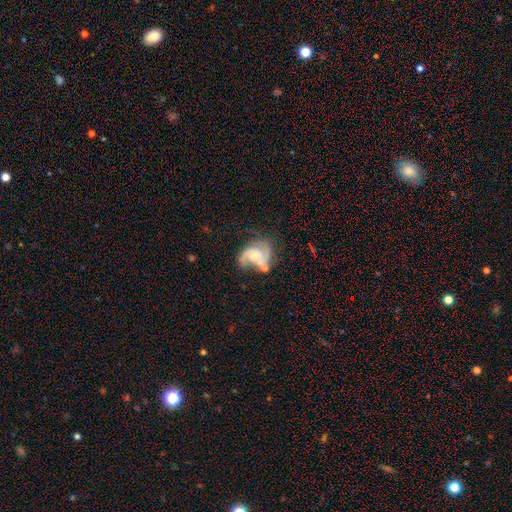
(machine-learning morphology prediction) Smooth or featured? featured or disk (85%)
Edge-on disk? no (98%)
Bar? no (66%)
Spiral arms? yes (96%)
Spiral winding? medium (52%)
Spiral arm count? 2 (71%)
Bulge size? small (49%)
Merging? none (48%)